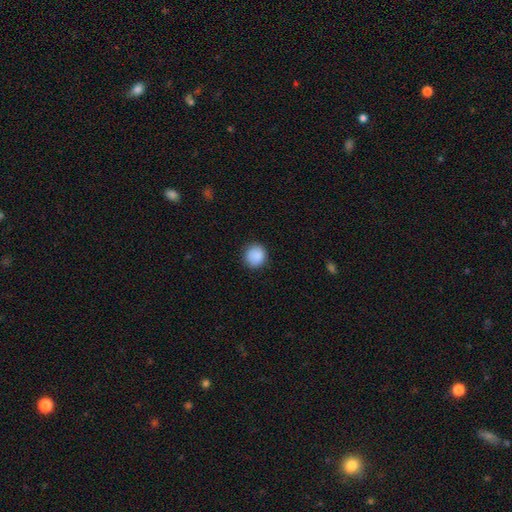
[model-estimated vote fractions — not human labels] Morphology: type=smooth (89%); roundness=round (91%); merging=none (88%).